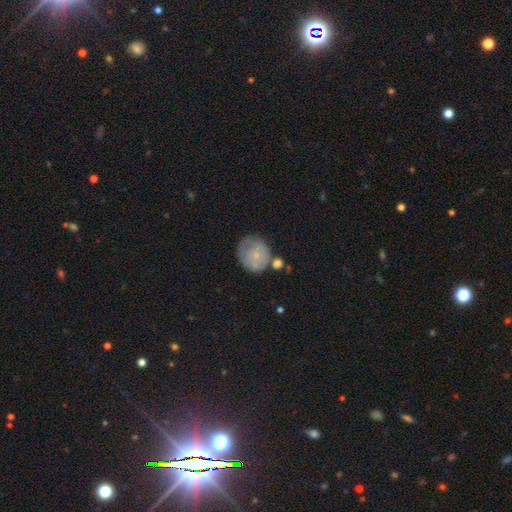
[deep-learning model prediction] The model was most divided on "merging": none: 53%, minor disturbance: 25%, merger: 12%, major disturbance: 10%. More confident: how rounded — round (84%); smooth or featured — smooth (67%).